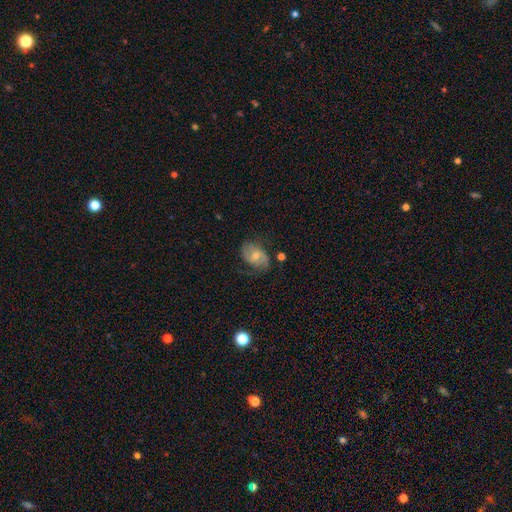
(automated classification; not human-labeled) Overall: featured or disk (52%; smooth 40%). Edge-on disk: no (96%). Merging: none (63%; minor disturbance 24%).